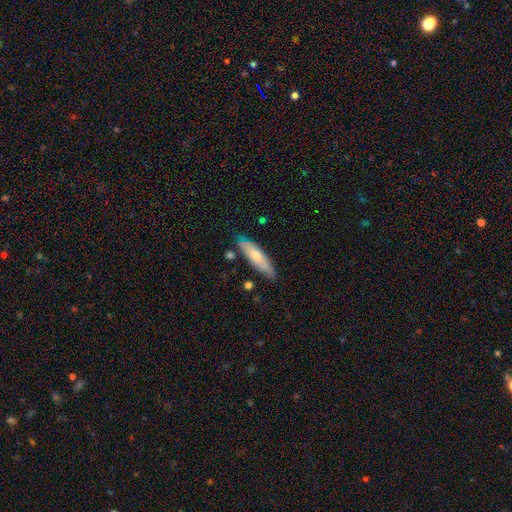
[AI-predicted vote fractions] The model was most divided on "how rounded": cigar-shaped: 65%, in between: 34%, round: 2%. More confident: merging — none (78%); smooth or featured — smooth (64%).